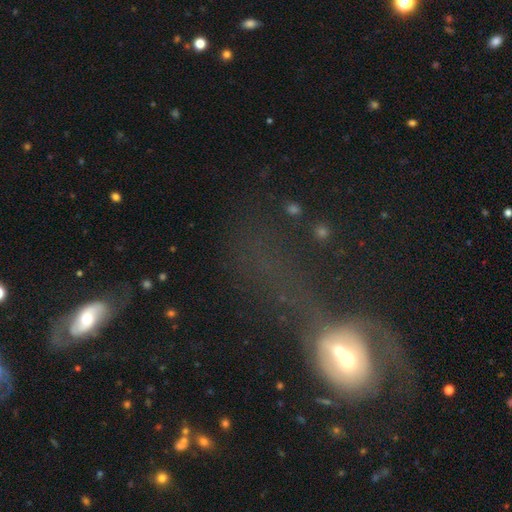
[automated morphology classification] Smooth or featured?
  - featured or disk: 39% *
  - smooth: 36%
  - star or artifact: 25%
Merging?
  - major disturbance: 37% *
  - merger: 27%
  - none: 24%
  - minor disturbance: 12%